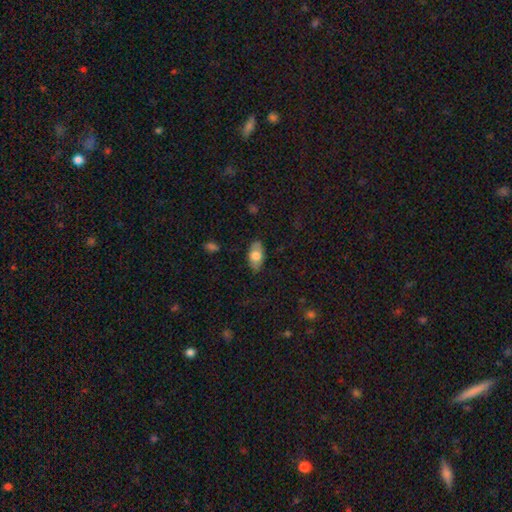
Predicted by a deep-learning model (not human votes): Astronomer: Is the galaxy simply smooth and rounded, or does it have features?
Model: smooth — 70%.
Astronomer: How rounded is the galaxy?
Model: in between — 92%.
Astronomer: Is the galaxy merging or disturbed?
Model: none — 83%.